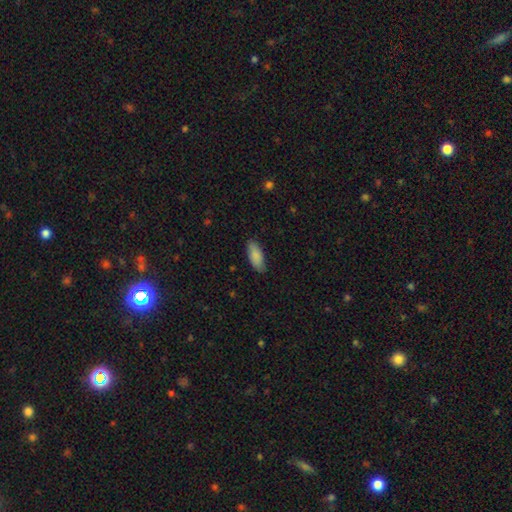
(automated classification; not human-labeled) This appears to be a smooth galaxy with no disk features (86%) that is in between round and cigar-shaped (82%). Merging: none (83%).